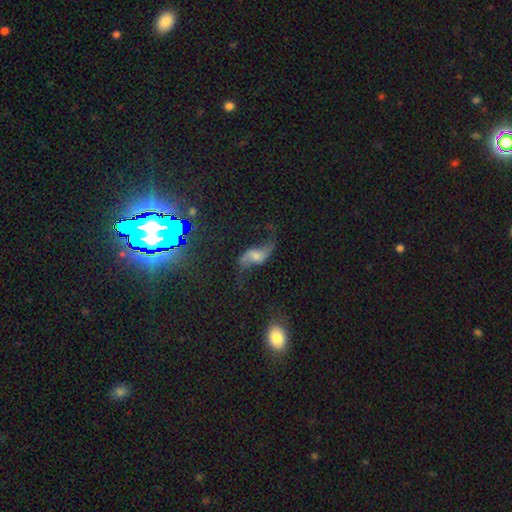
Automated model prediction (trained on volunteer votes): Smooth or featured? featured or disk (76%)
Edge-on disk? no (94%)
Bar? no (46%)
Spiral arms? yes (93%)
Spiral winding? loose (92%)
Spiral arm count? 2 (93%)
Bulge size? moderate (37%)
Merging? none (64%)